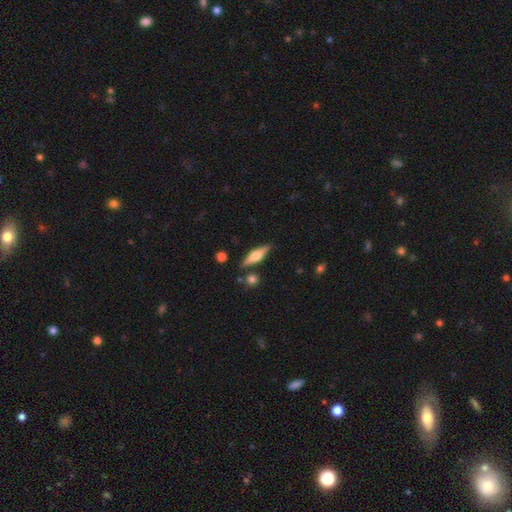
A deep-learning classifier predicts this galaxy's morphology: smooth-or-featured: featured or disk: 54% | smooth: 40% | star or artifact: 6%
  disk-edge-on: yes: 95% | no: 5%
    edge-on-bulge: rounded: 89% | boxy: 8% | none: 3%
  merging: none: 84% | minor disturbance: 9% | merger: 4% | major disturbance: 2%